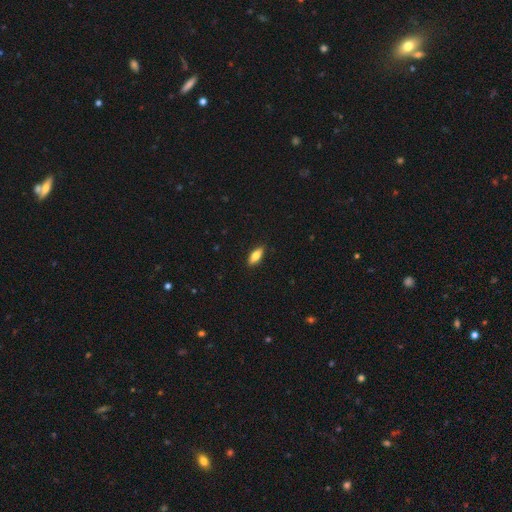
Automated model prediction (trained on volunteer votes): Smooth or featured? Predicted: smooth (p=0.77). How rounded? Predicted: in between (p=0.78). Merging? Predicted: none (p=0.89).